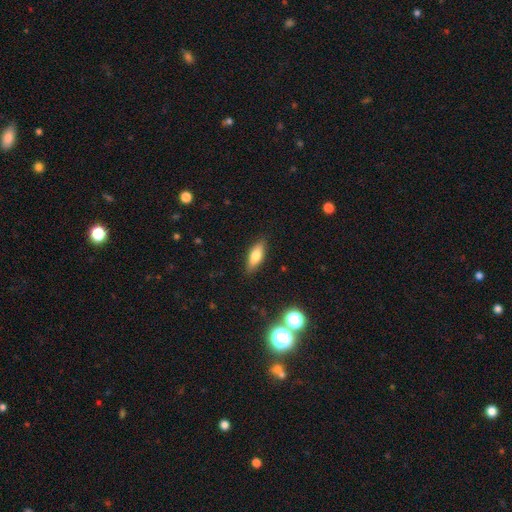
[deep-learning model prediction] Smooth or featured? smooth (70%)
How rounded? in between (59%)
Merging? none (86%)